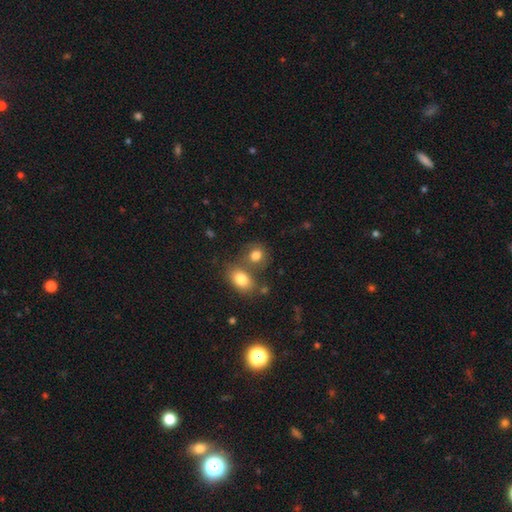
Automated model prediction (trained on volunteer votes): Q: Smooth or featured?
A: smooth (81%); runner-up: featured or disk (10%)
Q: How rounded?
A: round (58%); runner-up: in between (41%)
Q: Merging?
A: none (48%); runner-up: merger (36%)